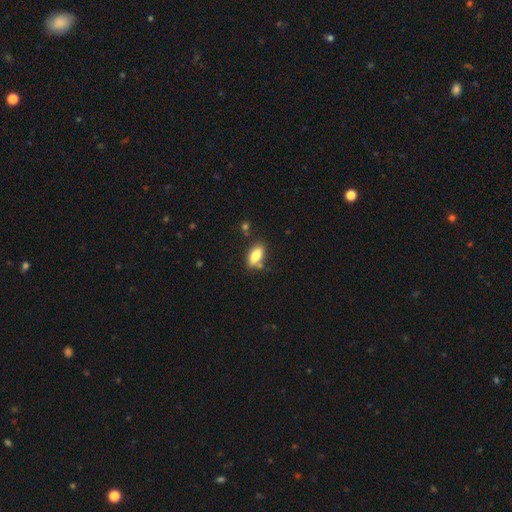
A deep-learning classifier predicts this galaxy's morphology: smooth-or-featured: smooth: 83% | featured or disk: 9% | star or artifact: 7%
  how-rounded: in between: 86% | cigar-shaped: 10% | round: 4%
  merging: none: 74% | minor disturbance: 15% | merger: 7% | major disturbance: 4%